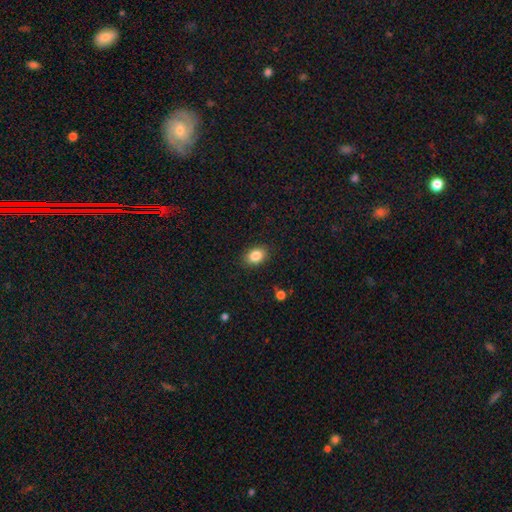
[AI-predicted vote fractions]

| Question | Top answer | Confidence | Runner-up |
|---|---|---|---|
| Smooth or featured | smooth | 85% | star or artifact (8%) |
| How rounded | in between | 78% | round (21%) |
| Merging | none | 88% | minor disturbance (9%) |